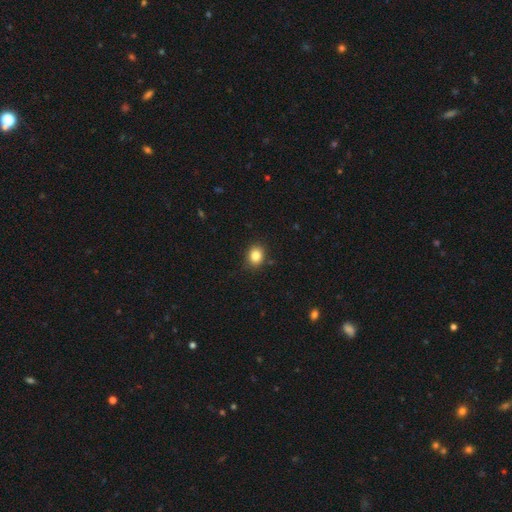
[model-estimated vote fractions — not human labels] smooth-or-featured: smooth: 84% | star or artifact: 11% | featured or disk: 5%
  how-rounded: round: 64% | in between: 35% | cigar-shaped: 1%
  merging: none: 88% | minor disturbance: 9% | major disturbance: 2% | merger: 1%